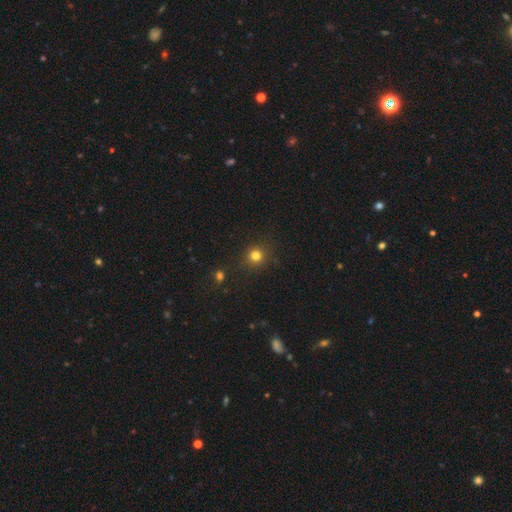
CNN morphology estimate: A smooth galaxy with no disk features (78%) that is round (92%). Merging: none (86%).